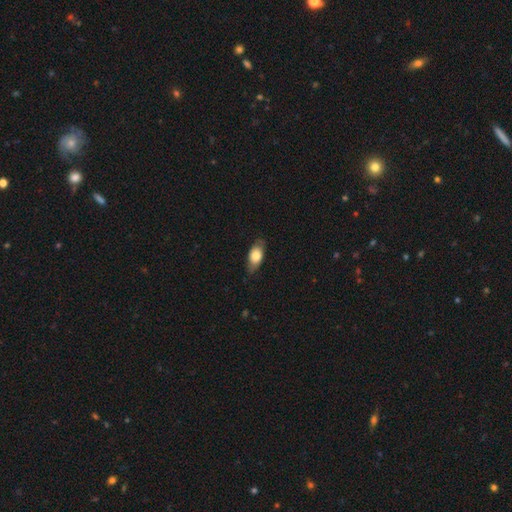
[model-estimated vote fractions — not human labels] Smooth or featured?
  - smooth: 73% *
  - featured or disk: 21%
  - star or artifact: 7%
How rounded?
  - in between: 84% *
  - cigar-shaped: 9%
  - round: 7%
Merging?
  - none: 76% *
  - minor disturbance: 19%
  - major disturbance: 4%
  - merger: 1%